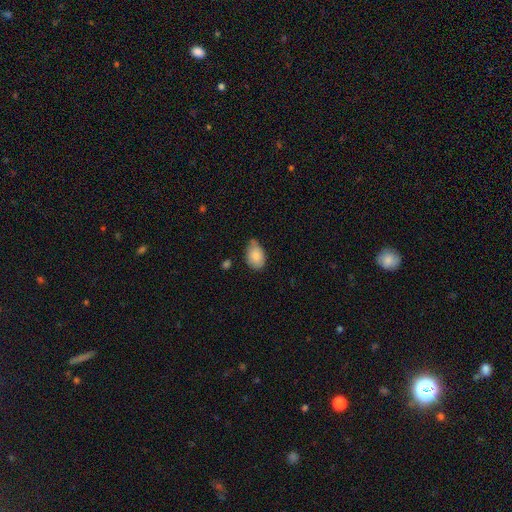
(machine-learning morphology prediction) Smooth or featured: smooth — 84% (featured or disk — 9%)
How rounded: in between — 85% (round — 14%)
Merging: none — 55% (minor disturbance — 36%)